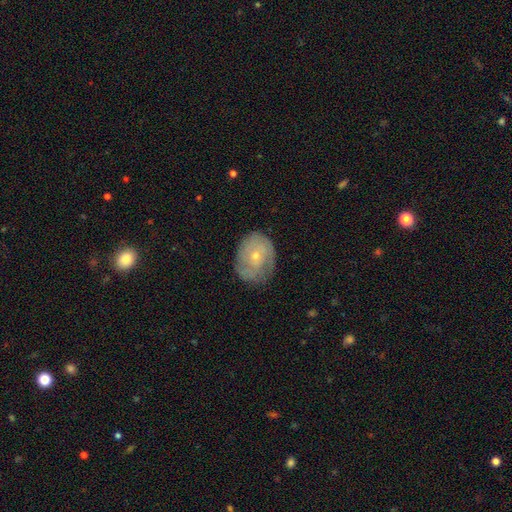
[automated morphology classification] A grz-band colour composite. It shows a featured or disk galaxy (58%) with no bar (81%), spiral arms (72%) and a small central bulge (66%). Merging: none (68%).